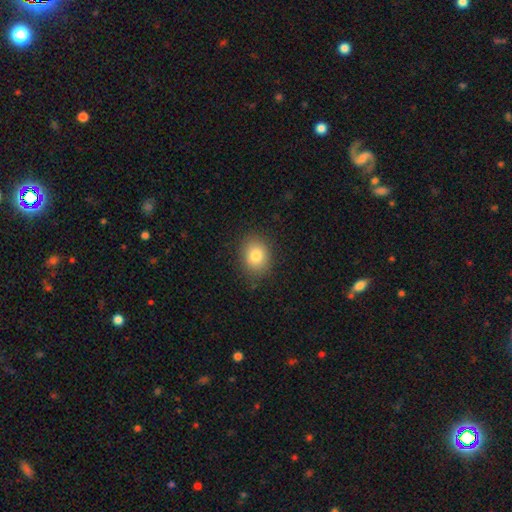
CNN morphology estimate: This is clearly a smooth galaxy (83%). How rounded: possibly round (52%). Merging: clearly none (85%).